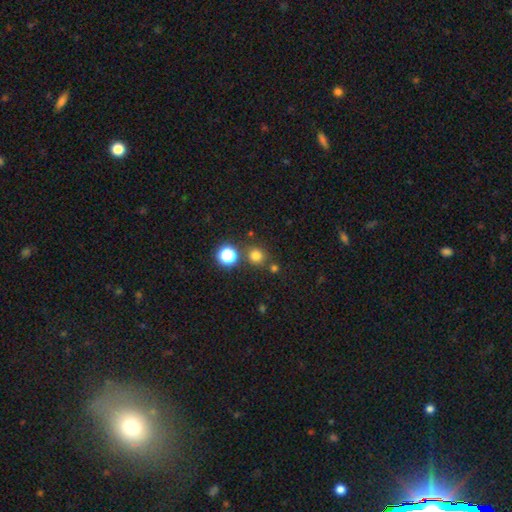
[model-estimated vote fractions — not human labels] Overall: smooth (74%). How rounded: round (91%). Merging: none (80%).